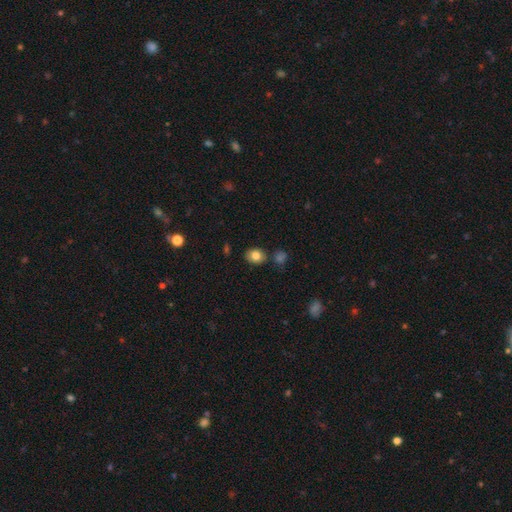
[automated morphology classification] The model was most divided on "how rounded": in between: 50%, round: 49%, cigar-shaped: 1%. More confident: smooth or featured — smooth (82%); merging — none (81%).